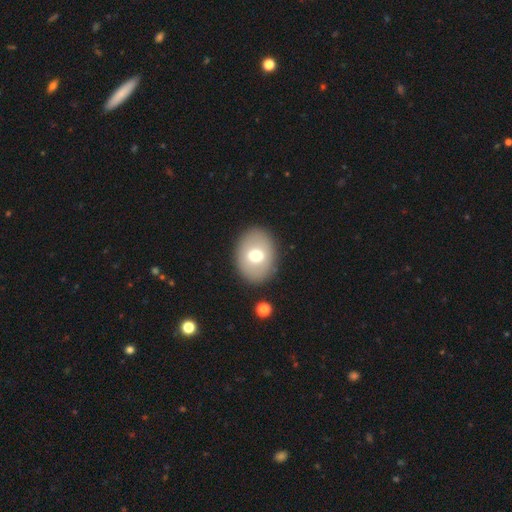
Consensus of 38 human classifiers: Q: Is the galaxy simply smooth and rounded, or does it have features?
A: smooth — 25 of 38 (66%).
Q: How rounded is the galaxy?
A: in between — 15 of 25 (60%).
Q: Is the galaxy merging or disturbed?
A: none — 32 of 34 (94%).